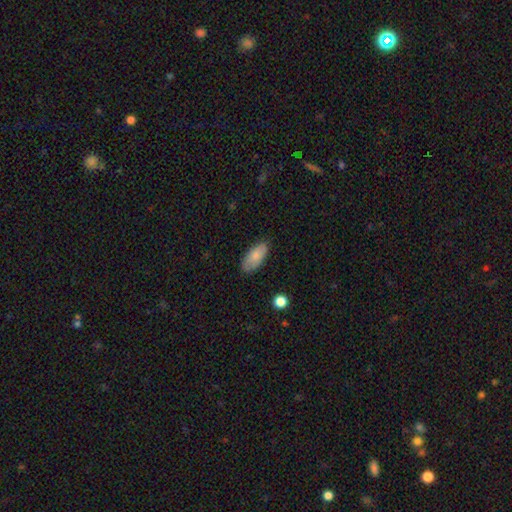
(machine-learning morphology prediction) Q: Smooth or featured?
A: smooth (80%); runner-up: featured or disk (14%)
Q: How rounded?
A: in between (88%); runner-up: cigar-shaped (10%)
Q: Merging?
A: none (80%); runner-up: minor disturbance (16%)